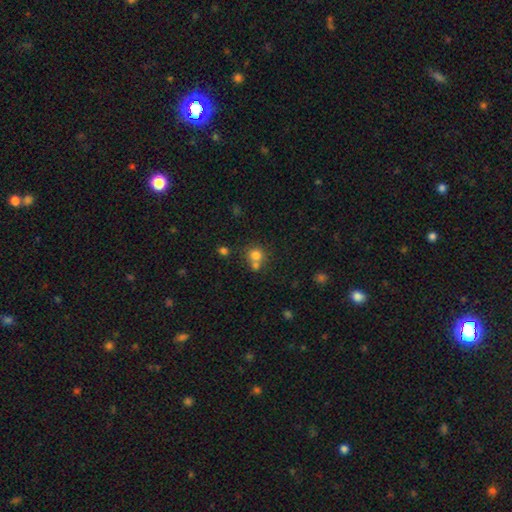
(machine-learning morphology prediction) This appears to be a smooth galaxy with no disk features (77%) that is round (84%). Merging: none (47%).